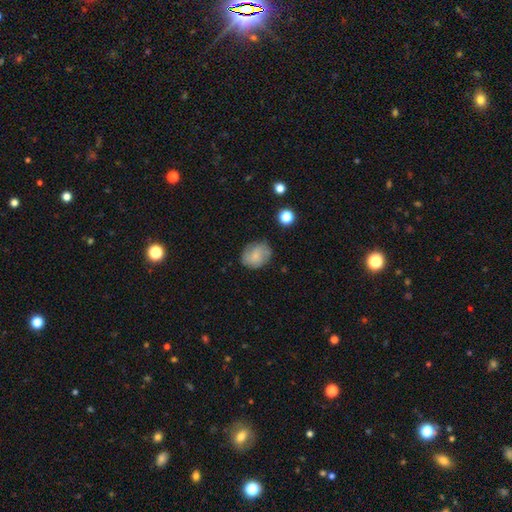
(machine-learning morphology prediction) Overall: smooth (68%). How rounded: round (62%; in between 37%). Merging: none (75%).